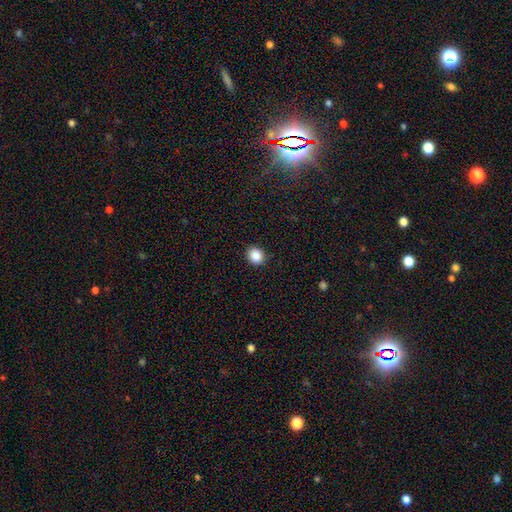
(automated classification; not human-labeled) Smooth or featured: smooth — 88% (star or artifact — 9%)
How rounded: round — 70% (in between — 29%)
Merging: none — 90% (minor disturbance — 7%)